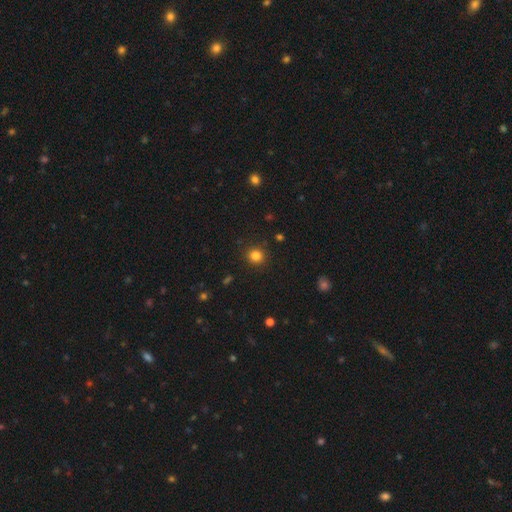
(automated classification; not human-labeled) smooth_or_featured: smooth (p=0.82) [alt: star or artifact p=0.13]
how_rounded: round (p=0.90) [alt: in between p=0.09]
merging: none (p=0.90) [alt: minor disturbance p=0.06]